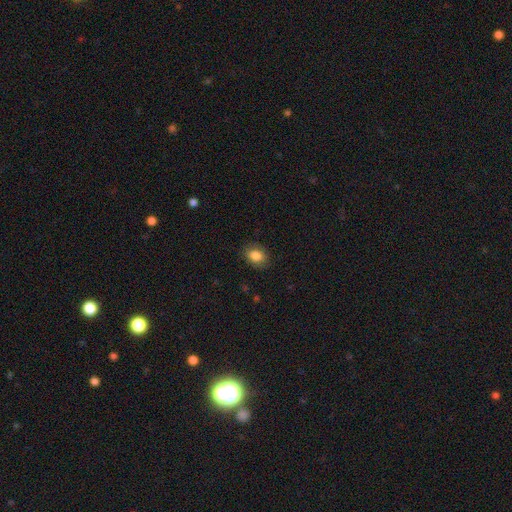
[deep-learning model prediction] A smooth galaxy with no disk features (84%) that is in between round and cigar-shaped (76%). Merging: none (85%).